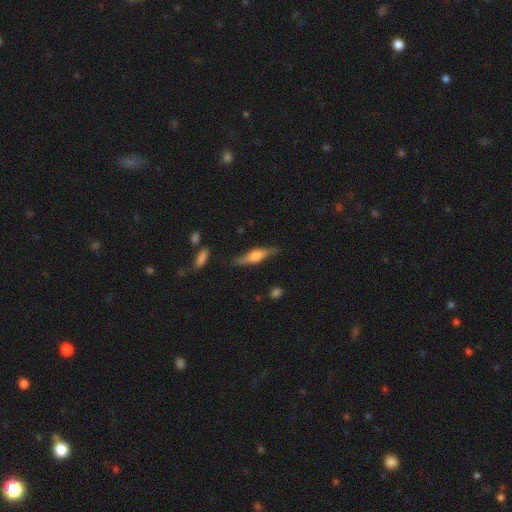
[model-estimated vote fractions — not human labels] Smooth or featured? Predicted: featured or disk (p=0.56). Edge-on disk? Predicted: yes (p=0.90). Merging? Predicted: none (p=0.77).